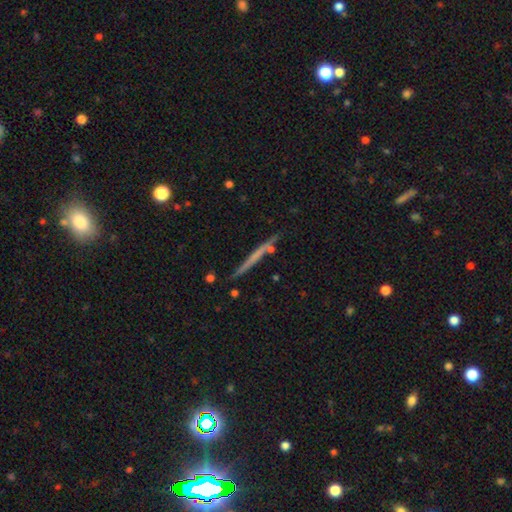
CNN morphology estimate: Smooth or featured? Predicted: featured or disk (p=0.51). Edge-on disk? Predicted: yes (p=0.97). Merging? Predicted: none (p=0.84).